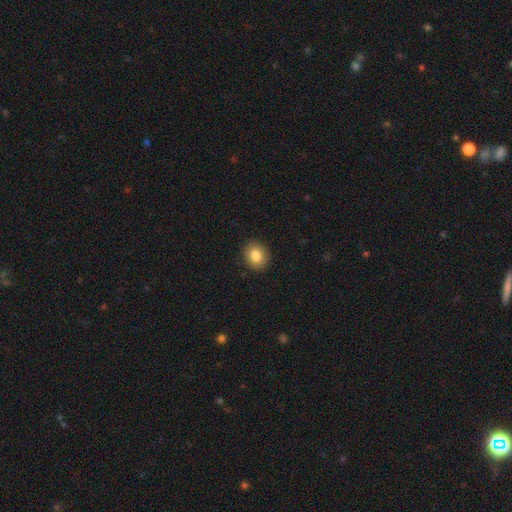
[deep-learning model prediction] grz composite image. It shows a smooth galaxy with no disk features (84%) that is round (65%). Merging: none (90%).